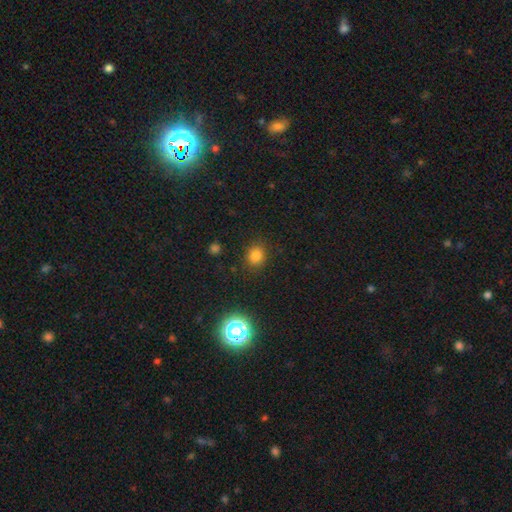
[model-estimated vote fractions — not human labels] A smooth galaxy with no disk features (78%) that is round (76%). Merging: none (86%).